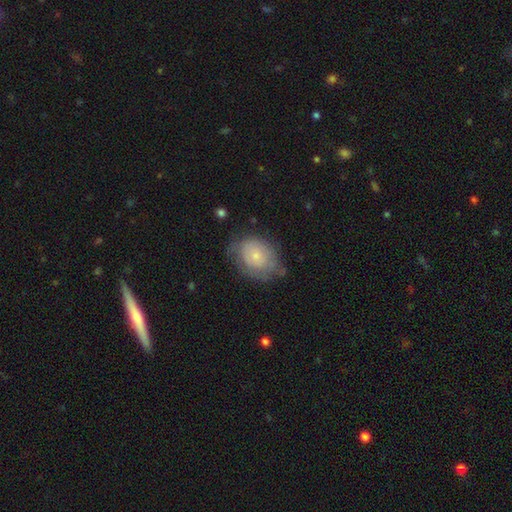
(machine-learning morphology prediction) Smooth or featured? Predicted: smooth (p=0.58). How rounded? Predicted: in between (p=0.62). Merging? Predicted: none (p=0.55).